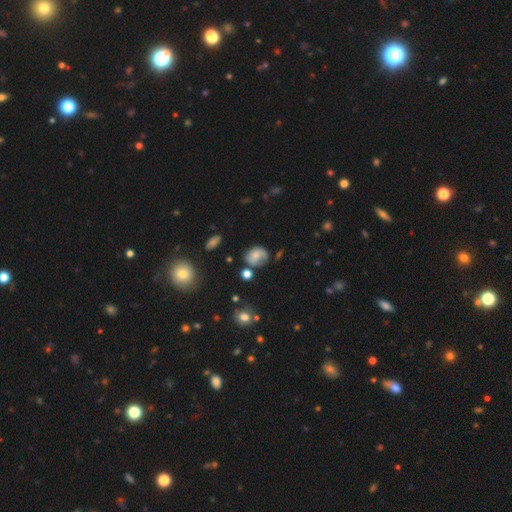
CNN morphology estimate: Smooth or featured?
  - smooth: 58% *
  - featured or disk: 31%
  - star or artifact: 11%
How rounded?
  - round: 54% *
  - in between: 45%
  - cigar-shaped: 1%
Merging?
  - none: 53% *
  - minor disturbance: 29%
  - major disturbance: 13%
  - merger: 5%